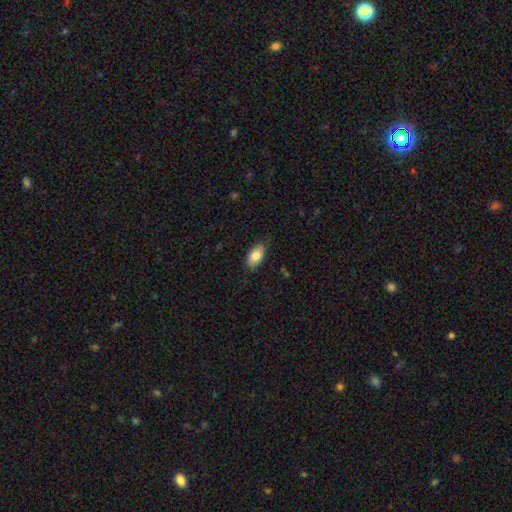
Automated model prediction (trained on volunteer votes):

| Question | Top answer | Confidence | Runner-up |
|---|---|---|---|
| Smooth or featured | smooth | 80% | featured or disk (13%) |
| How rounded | in between | 91% | round (5%) |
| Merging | none | 76% | minor disturbance (19%) |